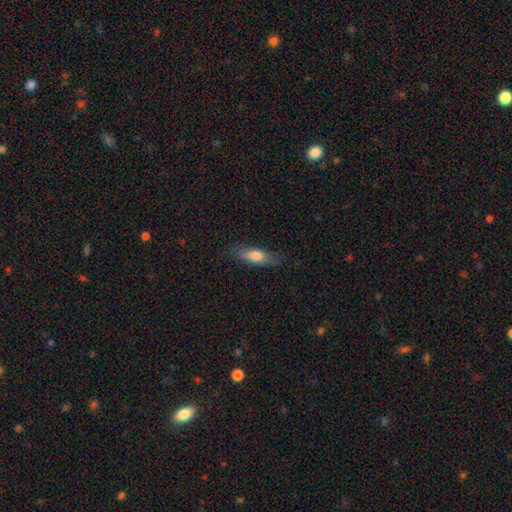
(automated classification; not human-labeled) Overall: smooth (73%). How rounded: cigar-shaped (51%; in between 46%). Merging: none (79%).